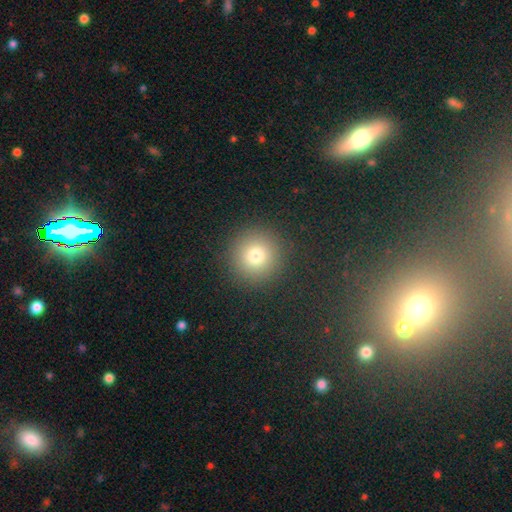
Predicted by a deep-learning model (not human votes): Overall: smooth (77%). How rounded: round (95%). Merging: none (91%).